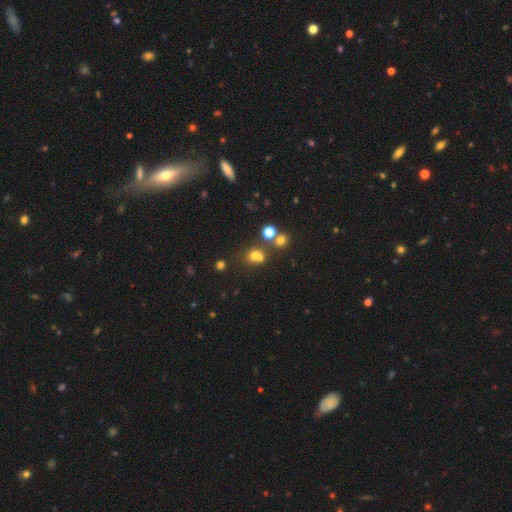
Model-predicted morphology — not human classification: A smooth galaxy with no disk features (65%) that is round (75%). Merging: none (49%).